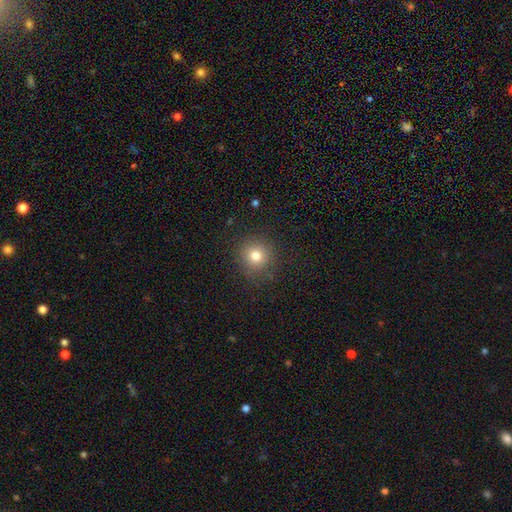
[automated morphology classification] A smooth galaxy with no disk features (78%) that is round (93%).

Vote fractions:
- Smooth or featured? smooth: 78% / star or artifact: 14% / featured or disk: 8%
- How rounded? round: 93% / in between: 6% / cigar-shaped: 1%
- Merging? none: 88% / minor disturbance: 8% / major disturbance: 3% / merger: 1%